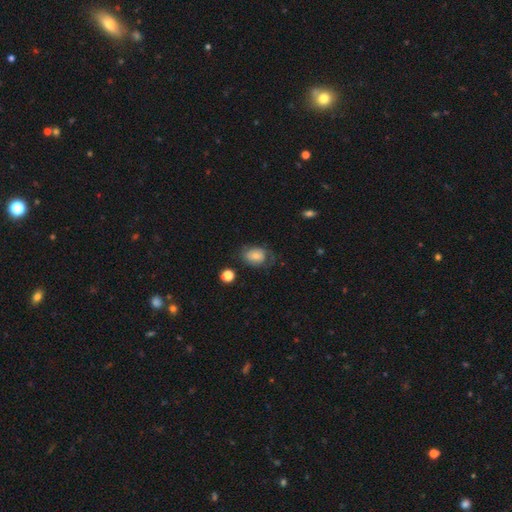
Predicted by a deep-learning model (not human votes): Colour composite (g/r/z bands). It shows a smooth galaxy with no disk features (65%) that is in between round and cigar-shaped (69%). Merging: none (50%).